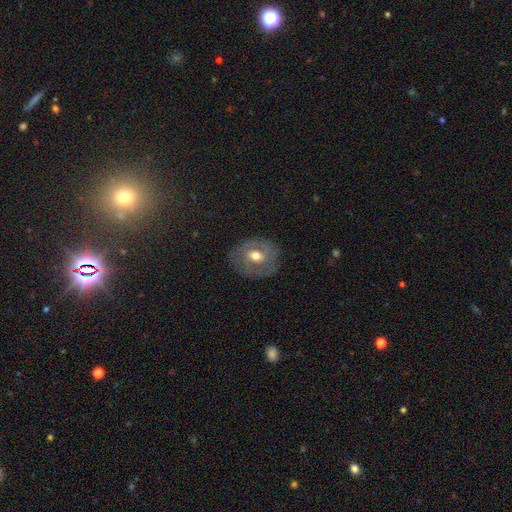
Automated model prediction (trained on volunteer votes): smooth_or_featured: featured or disk (p=0.55) [alt: smooth p=0.38]
disk_edge_on: no (p=0.94) [alt: yes p=0.06]
bar: no (p=0.50) [alt: weak p=0.37]
has_spiral_arms: no (p=0.54) [alt: yes p=0.46]
bulge_size: moderate (p=0.76) [alt: small p=0.13]
merging: none (p=0.77) [alt: minor disturbance p=0.16]